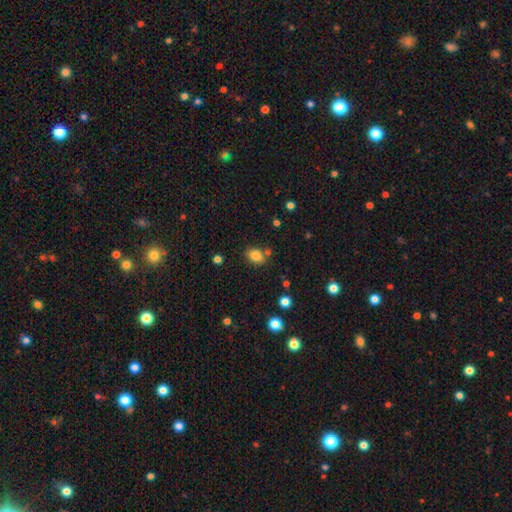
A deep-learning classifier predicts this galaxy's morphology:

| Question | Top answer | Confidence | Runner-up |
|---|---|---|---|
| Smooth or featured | smooth | 81% | star or artifact (12%) |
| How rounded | in between | 63% | round (36%) |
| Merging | none | 70% | minor disturbance (13%) |